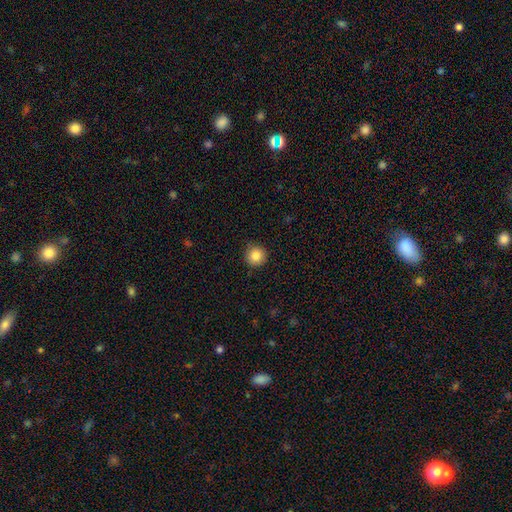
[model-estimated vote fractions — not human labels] Overall: smooth (85%). How rounded: round (95%). Merging: none (90%).